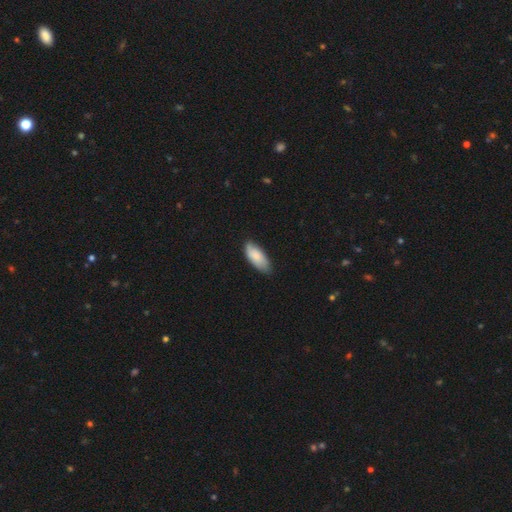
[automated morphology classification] This appears to be a smooth galaxy with no disk features (75%) that is in between round and cigar-shaped (85%). Merging: none (71%).